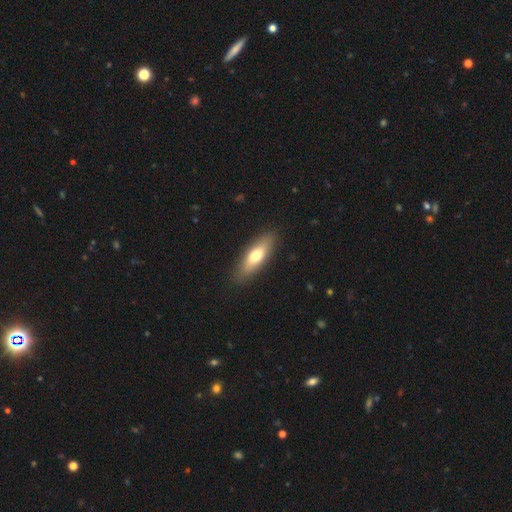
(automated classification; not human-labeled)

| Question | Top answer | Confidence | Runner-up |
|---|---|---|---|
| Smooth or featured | smooth | 67% | featured or disk (27%) |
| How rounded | in between | 54% | cigar-shaped (44%) |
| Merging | none | 88% | minor disturbance (9%) |